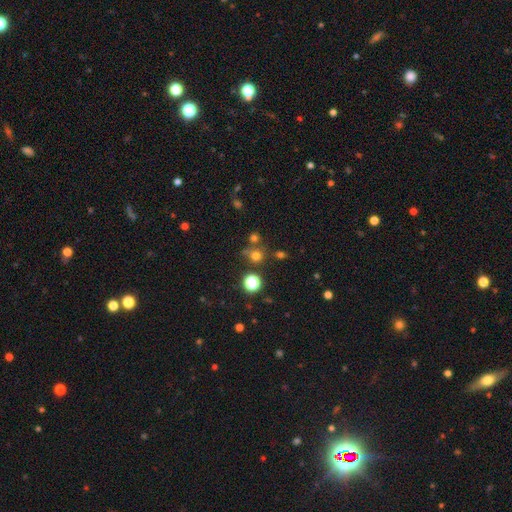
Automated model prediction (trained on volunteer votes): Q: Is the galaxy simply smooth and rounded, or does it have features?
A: smooth — 65%.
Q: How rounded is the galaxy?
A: round — 90%.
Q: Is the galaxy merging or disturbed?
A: none — 69%.